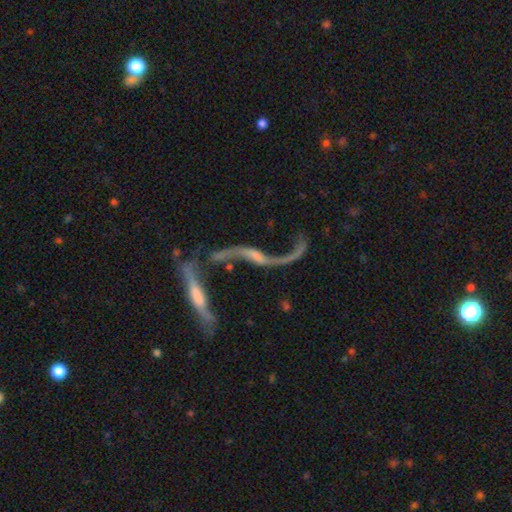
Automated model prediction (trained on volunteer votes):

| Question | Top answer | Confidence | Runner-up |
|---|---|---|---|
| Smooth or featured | featured or disk | 84% | smooth (9%) |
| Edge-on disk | no | 81% | yes (19%) |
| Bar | no | 48% | weak (33%) |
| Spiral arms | yes | 87% | no (13%) |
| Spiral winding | loose | 94% | medium (4%) |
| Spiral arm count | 2 | 88% | 1 (7%) |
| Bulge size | small | 37% | none (36%) |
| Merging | none | 37% | merger (32%) |